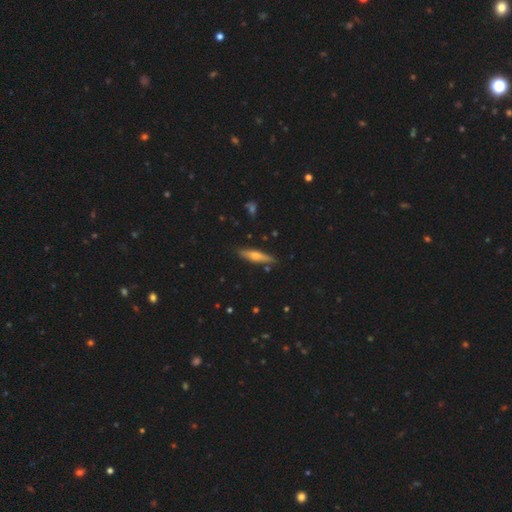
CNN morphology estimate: A featured or disk galaxy (48%). Merging: none (86%).